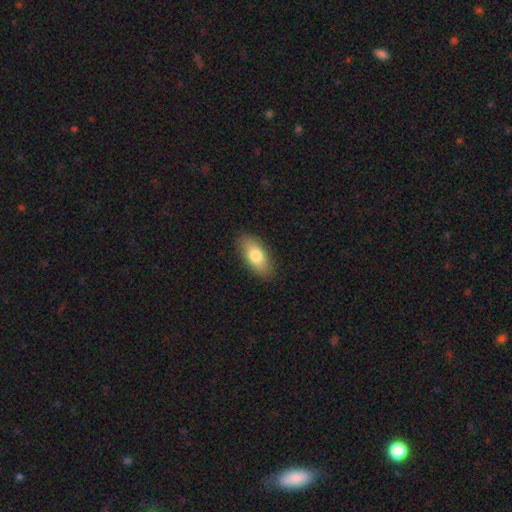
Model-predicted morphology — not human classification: A smooth galaxy with no disk features (77%) that is in between round and cigar-shaped (87%). Merging: none (88%).